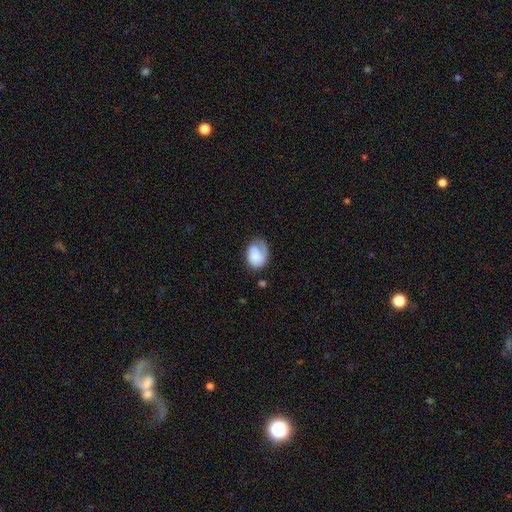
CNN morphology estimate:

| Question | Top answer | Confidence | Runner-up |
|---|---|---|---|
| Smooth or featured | smooth | 58% | featured or disk (35%) |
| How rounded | in between | 74% | round (25%) |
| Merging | none | 49% | minor disturbance (28%) |